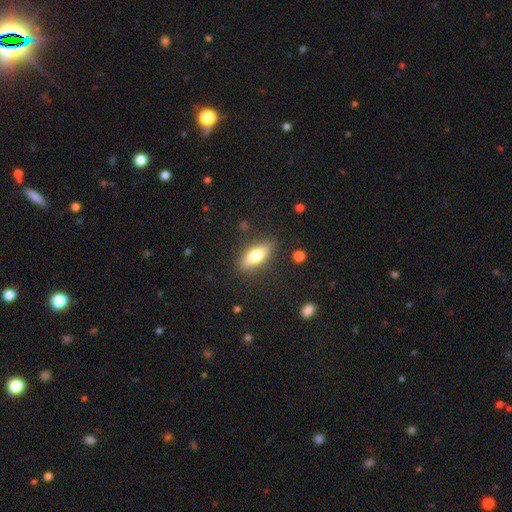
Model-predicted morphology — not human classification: smooth_or_featured: smooth (p=0.71) [alt: featured or disk p=0.22]
how_rounded: in between (p=0.71) [alt: cigar-shaped p=0.25]
merging: none (p=0.85) [alt: minor disturbance p=0.11]